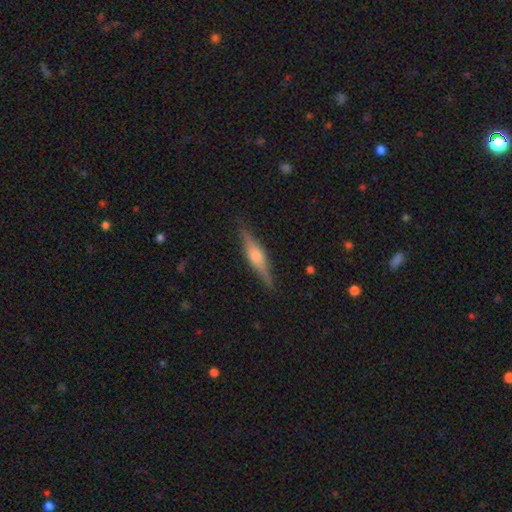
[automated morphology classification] Smooth or featured?
  - featured or disk: 71% *
  - smooth: 23%
  - star or artifact: 6%
Edge-on disk?
  - yes: 97% *
  - no: 3%
Edge-on bulge?
  - rounded: 84% *
  - boxy: 13%
  - none: 3%
Merging?
  - none: 88% *
  - minor disturbance: 9%
  - major disturbance: 2%
  - merger: 1%